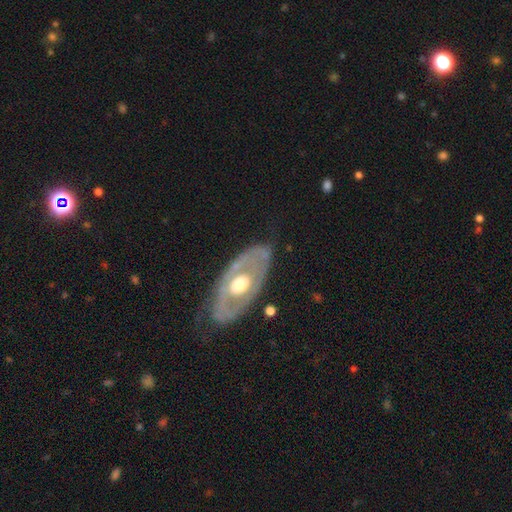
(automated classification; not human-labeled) smooth_or_featured: featured or disk (p=0.71) [alt: smooth p=0.24]
disk_edge_on: no (p=0.86) [alt: yes p=0.14]
bar: no (p=0.84) [alt: weak p=0.12]
has_spiral_arms: no (p=0.72) [alt: yes p=0.28]
bulge_size: moderate (p=0.68) [alt: large p=0.23]
merging: none (p=0.75) [alt: minor disturbance p=0.17]